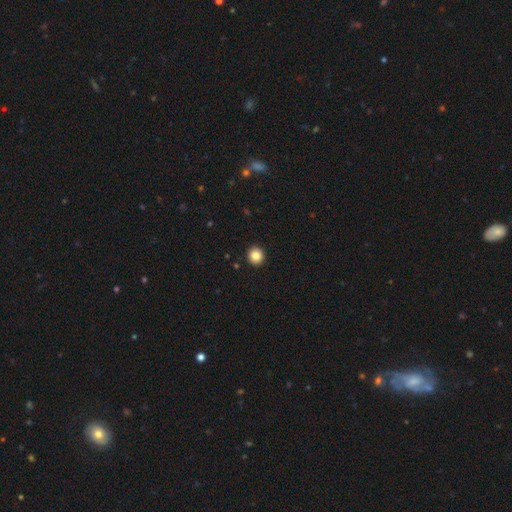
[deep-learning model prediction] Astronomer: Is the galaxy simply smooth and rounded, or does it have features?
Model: smooth — 85%.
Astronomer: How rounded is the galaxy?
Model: round — 93%.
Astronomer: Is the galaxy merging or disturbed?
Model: none — 93%.